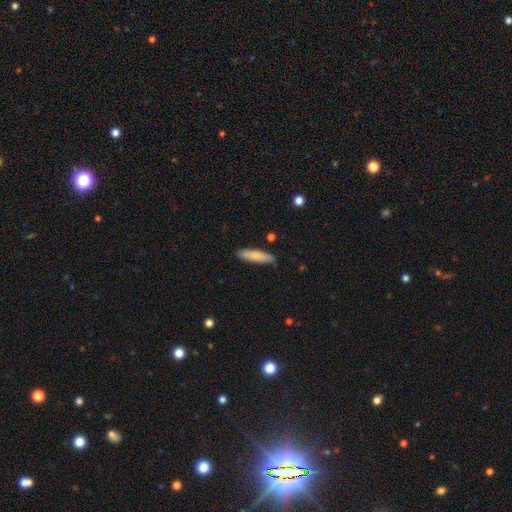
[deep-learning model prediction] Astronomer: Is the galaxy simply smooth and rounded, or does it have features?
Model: smooth — 81%.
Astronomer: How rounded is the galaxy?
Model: cigar-shaped — 73%.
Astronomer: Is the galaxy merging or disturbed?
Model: none — 86%.